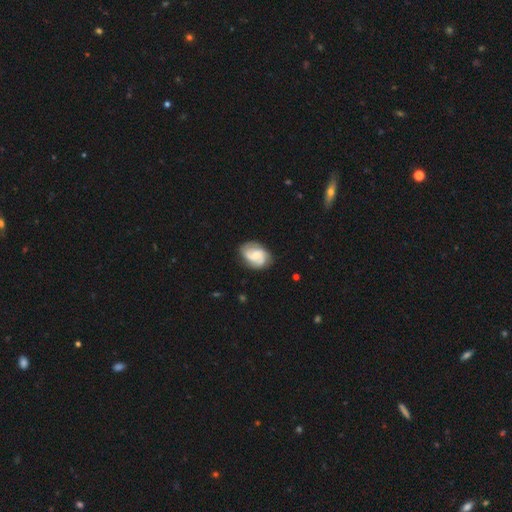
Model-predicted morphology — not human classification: Smooth or featured? featured or disk (71%)
Edge-on disk? no (98%)
Bar? weak (45%)
Spiral arms? yes (93%)
Spiral winding? medium (45%)
Spiral arm count? 2 (72%)
Bulge size? small (44%)
Merging? none (75%)